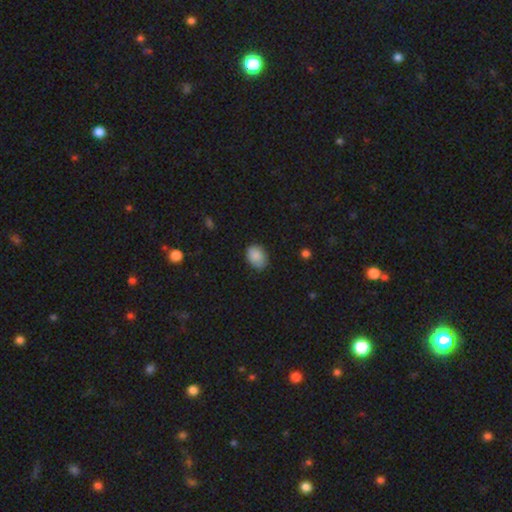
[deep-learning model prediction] A smooth galaxy with no disk features (87%) that is in between round and cigar-shaped (68%). Merging: none (75%).